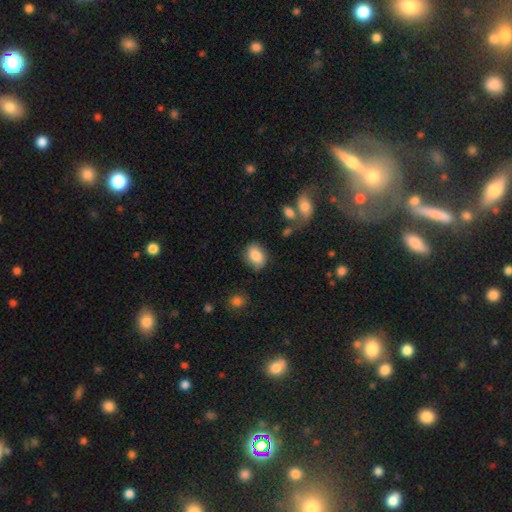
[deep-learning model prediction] The model was most divided on "how rounded": in between: 70%, round: 29%, cigar-shaped: 1%. More confident: smooth or featured — smooth (77%); merging — none (74%).